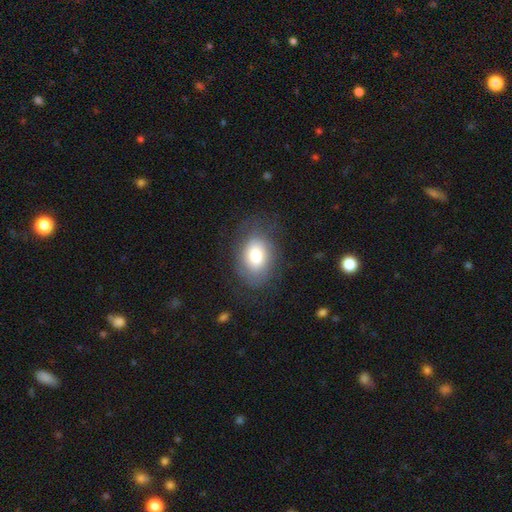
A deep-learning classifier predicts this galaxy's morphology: Smooth or featured? smooth (70%)
How rounded? in between (78%)
Merging? none (68%)